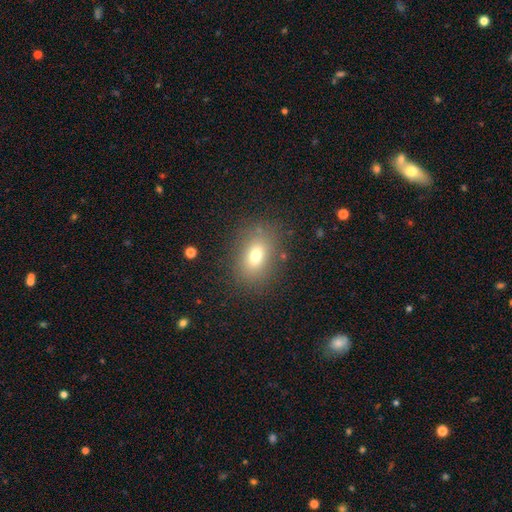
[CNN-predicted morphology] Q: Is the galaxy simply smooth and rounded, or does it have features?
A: smooth — 73%.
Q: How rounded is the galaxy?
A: in between — 75%.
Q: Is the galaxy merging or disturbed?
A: none — 83%.